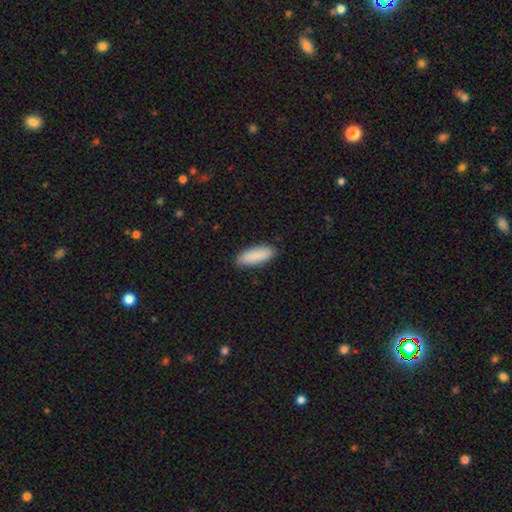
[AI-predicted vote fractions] Q: Smooth or featured?
A: smooth (90%); runner-up: star or artifact (6%)
Q: How rounded?
A: in between (65%); runner-up: cigar-shaped (33%)
Q: Merging?
A: none (88%); runner-up: minor disturbance (9%)